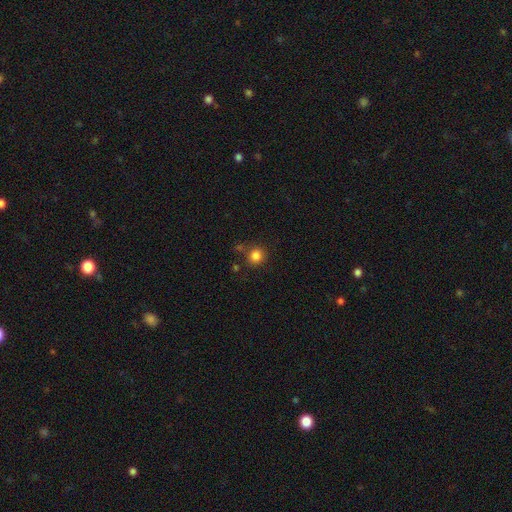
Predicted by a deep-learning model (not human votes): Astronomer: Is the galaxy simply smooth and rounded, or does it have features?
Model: smooth — 83%.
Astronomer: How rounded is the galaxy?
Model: round — 89%.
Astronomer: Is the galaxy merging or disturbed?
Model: none — 76%.